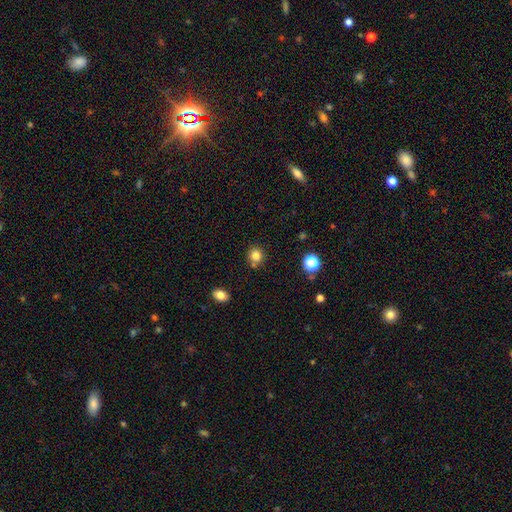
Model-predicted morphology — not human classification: Smooth or featured: smooth — 81% (star or artifact — 13%)
How rounded: round — 85% (in between — 14%)
Merging: none — 75% (minor disturbance — 12%)